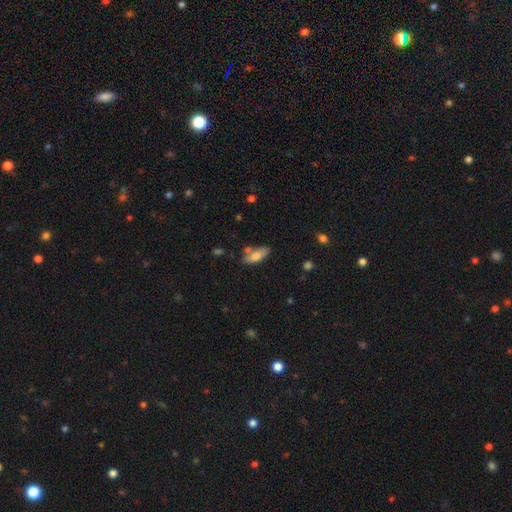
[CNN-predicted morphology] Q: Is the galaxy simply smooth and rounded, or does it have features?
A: smooth — 76%.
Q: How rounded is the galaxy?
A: in between — 74%.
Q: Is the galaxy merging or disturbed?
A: none — 65%.